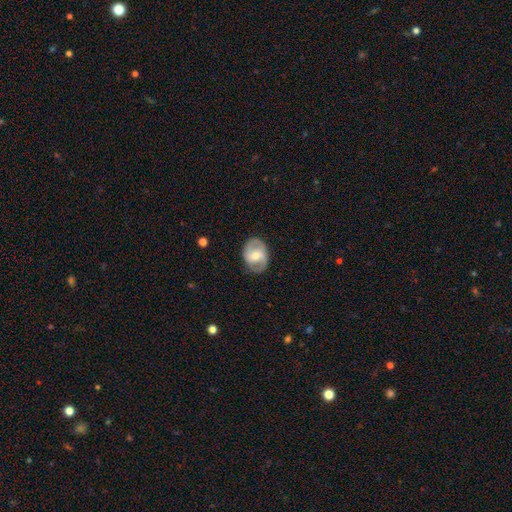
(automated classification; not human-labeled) Smooth or featured: featured or disk — 74% (smooth — 21%)
Edge-on disk: no — 96% (yes — 4%)
Bar: weak — 45% (no — 35%)
Spiral arms: yes — 86% (no — 14%)
Spiral winding: medium — 50% (tight — 29%)
Spiral arm count: 2 — 86% (can't tell — 8%)
Bulge size: moderate — 57% (small — 38%)
Merging: none — 81% (minor disturbance — 14%)